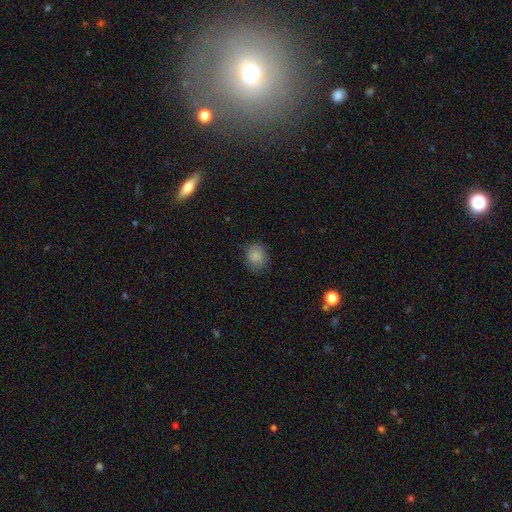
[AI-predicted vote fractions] Smooth or featured? smooth (85%)
How rounded? round (71%)
Merging? none (79%)